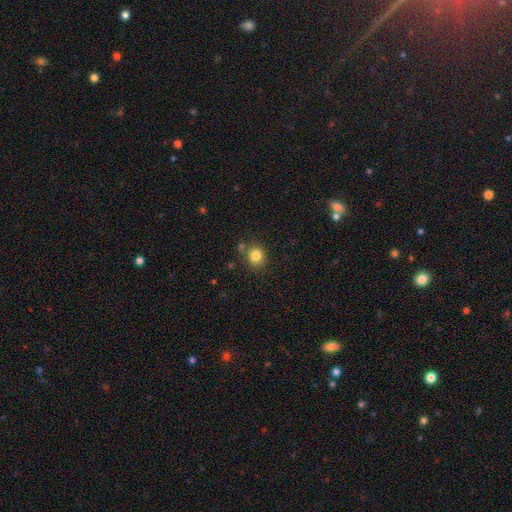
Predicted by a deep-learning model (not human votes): A smooth galaxy with no disk features (82%) that is round (84%).

Vote fractions:
- Smooth or featured? smooth: 82% / star or artifact: 11% / featured or disk: 6%
- How rounded? round: 84% / in between: 15% / cigar-shaped: 1%
- Merging? none: 78% / minor disturbance: 10% / merger: 9% / major disturbance: 3%